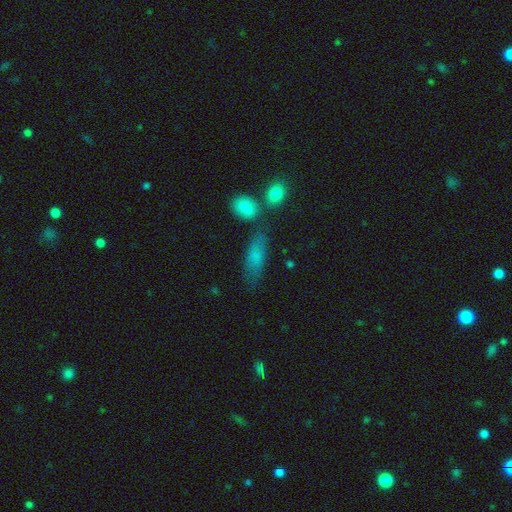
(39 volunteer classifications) smooth-or-featured: smooth: 79% | featured or disk: 13% | star or artifact: 8%
  how-rounded: in between: 61% | cigar-shaped: 39% | round: 0%
  merging: none: 67% | major disturbance: 19% | minor disturbance: 8% | merger: 6%